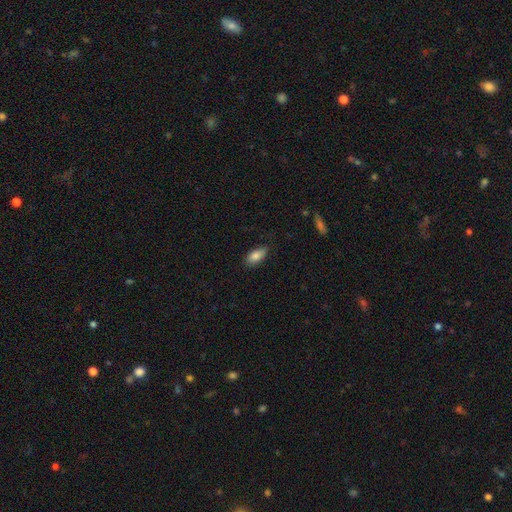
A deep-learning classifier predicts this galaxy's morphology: Smooth or featured: smooth — 84% (featured or disk — 8%)
How rounded: in between — 90% (cigar-shaped — 7%)
Merging: none — 81% (minor disturbance — 15%)